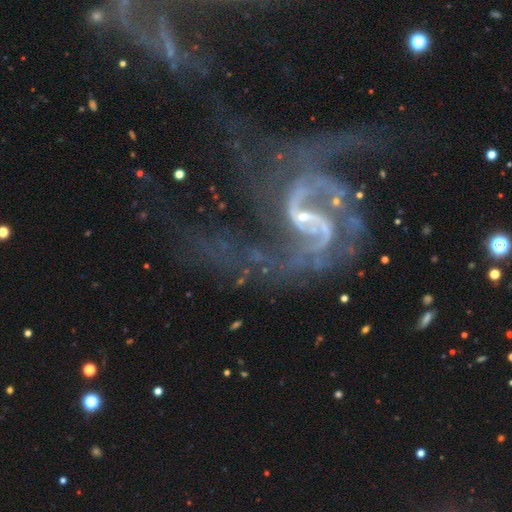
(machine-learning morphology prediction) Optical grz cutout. It shows a featured or disk galaxy (88%) with a weak bar (48%), 2 (70%) loose (50%) spiral arms (95%) and a small central bulge (65%). Merging: major disturbance (33%, tied with merger).